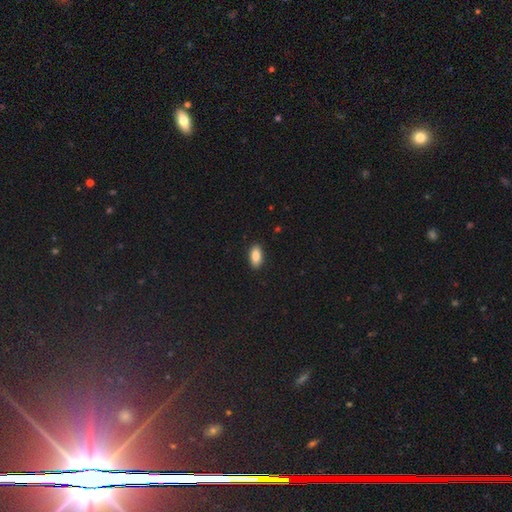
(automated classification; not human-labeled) A smooth galaxy with no disk features (88%) that is in between round and cigar-shaped (91%).

Vote fractions:
- Smooth or featured? smooth: 88% / star or artifact: 7% / featured or disk: 5%
- How rounded? in between: 91% / cigar-shaped: 6% / round: 3%
- Merging? none: 90% / minor disturbance: 8% / major disturbance: 2% / merger: 1%